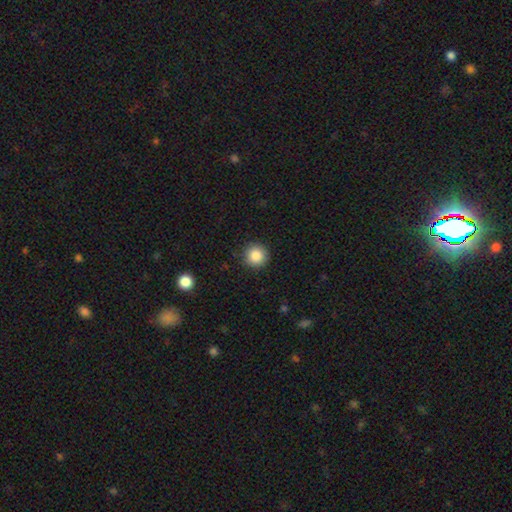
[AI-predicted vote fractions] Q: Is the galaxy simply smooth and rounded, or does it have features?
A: smooth — 86%.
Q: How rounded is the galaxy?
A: round — 95%.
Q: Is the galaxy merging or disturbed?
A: none — 90%.